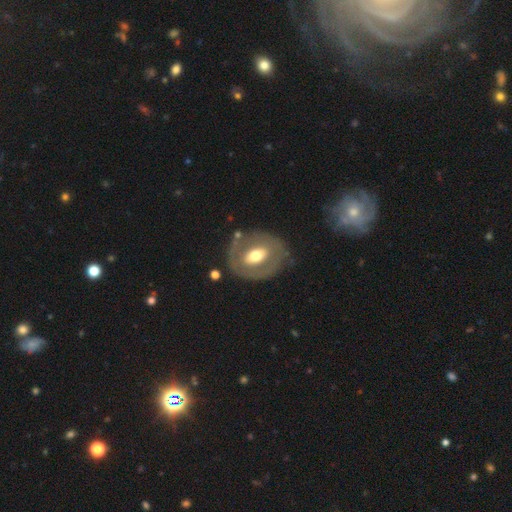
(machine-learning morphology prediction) A featured or disk galaxy (53%). Merging: none (74%).